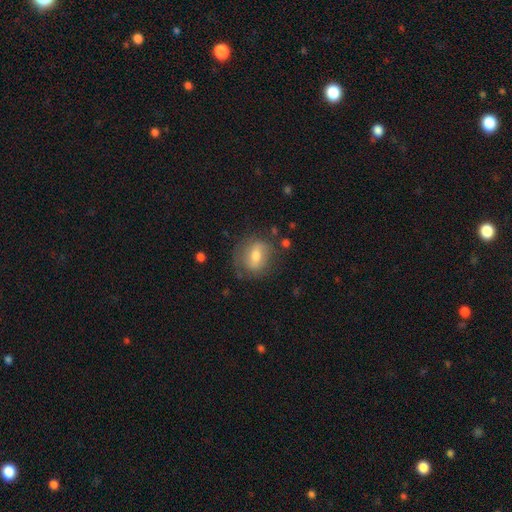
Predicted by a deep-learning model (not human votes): Q: Smooth or featured?
A: smooth (56%); runner-up: featured or disk (35%)
Q: How rounded?
A: round (53%); runner-up: in between (45%)
Q: Merging?
A: none (71%); runner-up: minor disturbance (19%)